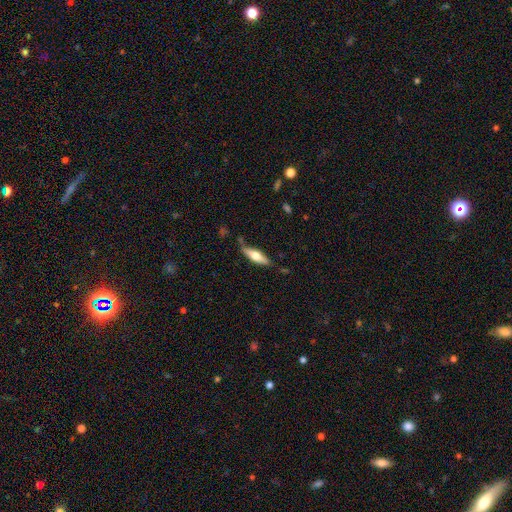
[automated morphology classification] A smooth galaxy with no disk features (50%). Merging: none (76%).